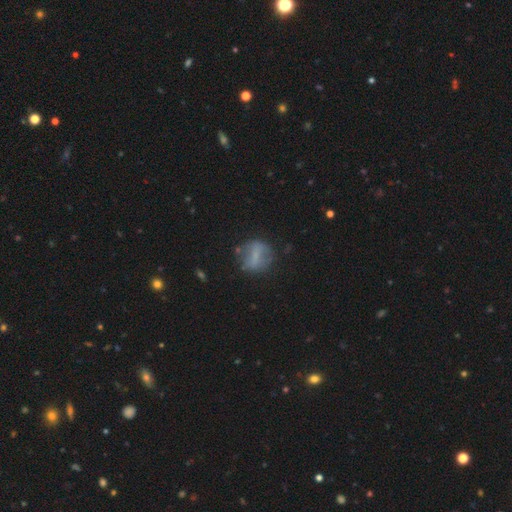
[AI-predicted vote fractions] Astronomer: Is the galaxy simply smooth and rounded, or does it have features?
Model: smooth — 51% (runner-up: featured or disk, 38%).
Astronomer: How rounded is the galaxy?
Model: round — 62%.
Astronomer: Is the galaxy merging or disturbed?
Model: none — 67%.